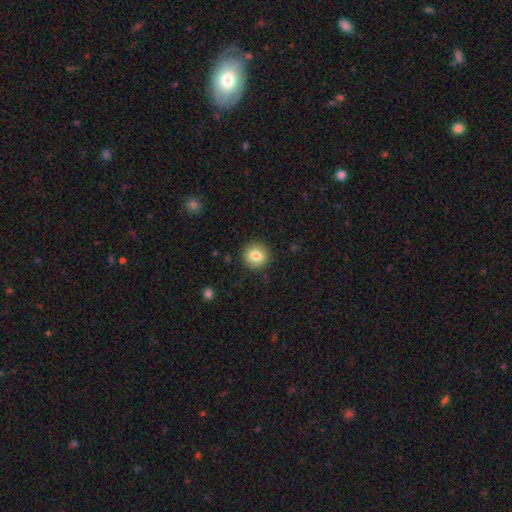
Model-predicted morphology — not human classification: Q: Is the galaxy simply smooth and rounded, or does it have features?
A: smooth — 81%.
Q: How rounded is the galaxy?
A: round — 91%.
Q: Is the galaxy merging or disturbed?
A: none — 90%.